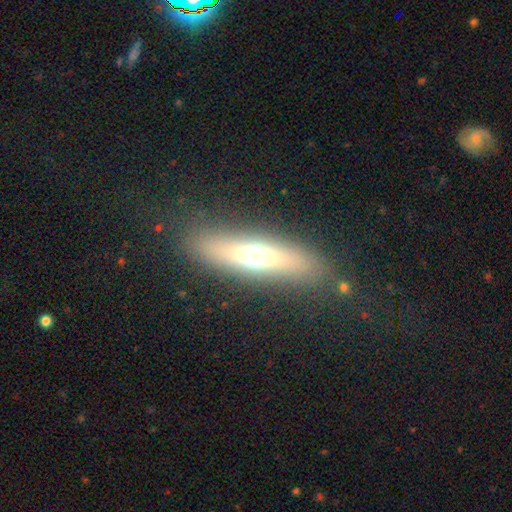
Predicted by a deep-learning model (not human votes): smooth_or_featured: smooth (p=0.48) [alt: featured or disk p=0.41]
merging: none (p=0.85) [alt: minor disturbance p=0.09]